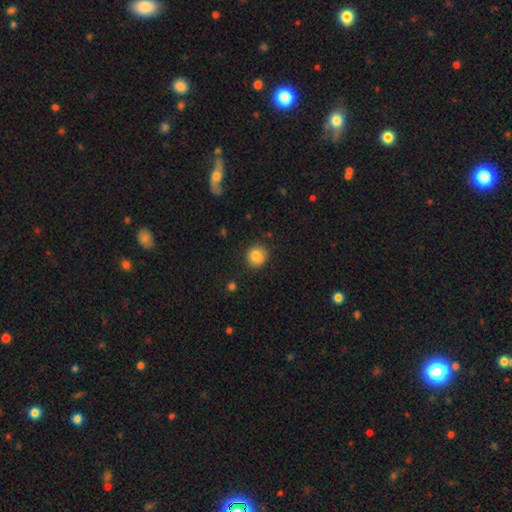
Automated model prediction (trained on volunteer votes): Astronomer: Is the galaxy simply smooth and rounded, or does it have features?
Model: smooth — 81%.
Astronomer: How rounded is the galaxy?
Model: round — 83%.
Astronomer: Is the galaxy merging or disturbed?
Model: none — 77%.